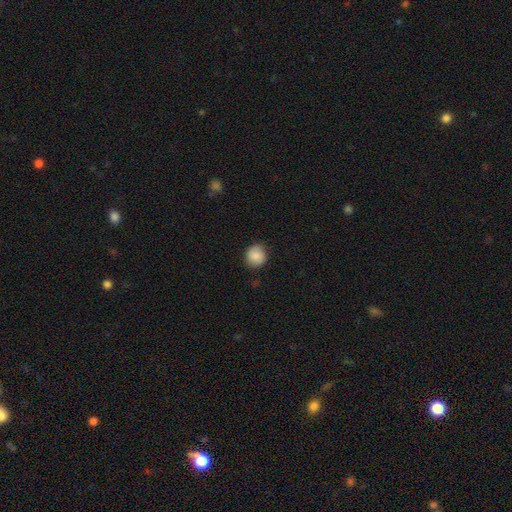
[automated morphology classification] A smooth galaxy with no disk features (85%) that is round (88%).

Vote fractions:
- Smooth or featured? smooth: 85% / star or artifact: 8% / featured or disk: 7%
- How rounded? round: 88% / in between: 11% / cigar-shaped: 1%
- Merging? none: 87% / minor disturbance: 10% / major disturbance: 2% / merger: 1%